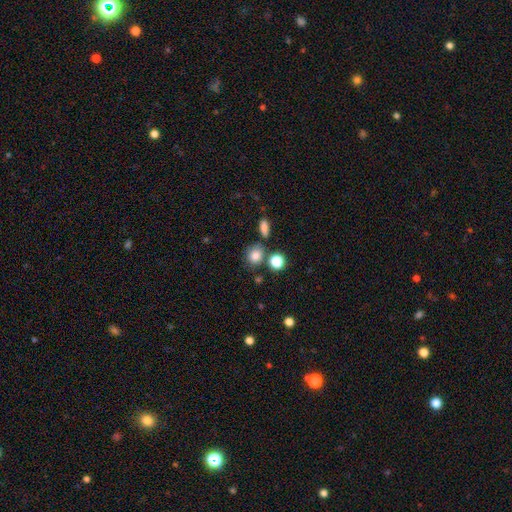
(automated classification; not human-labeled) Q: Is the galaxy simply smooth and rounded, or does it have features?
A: smooth — 81%.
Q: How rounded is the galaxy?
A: round — 73%.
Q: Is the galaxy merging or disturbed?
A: none — 71%.